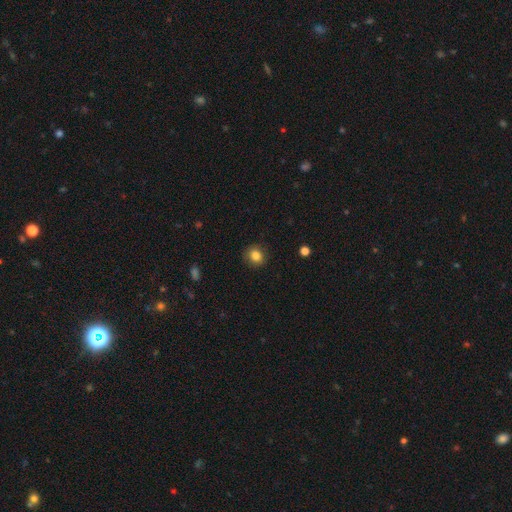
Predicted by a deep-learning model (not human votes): The model was most divided on "how rounded": round: 76%, in between: 23%, cigar-shaped: 1%. More confident: merging — none (86%); smooth or featured — smooth (84%).